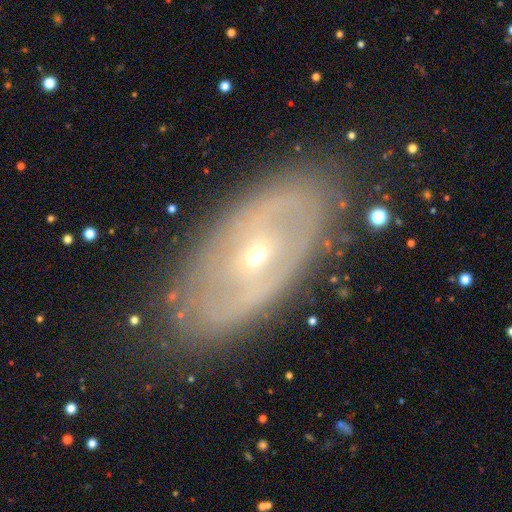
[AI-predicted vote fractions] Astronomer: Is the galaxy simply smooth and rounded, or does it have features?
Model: featured or disk — 69%.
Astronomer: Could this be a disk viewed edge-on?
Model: no — 88%.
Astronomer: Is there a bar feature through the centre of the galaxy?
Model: no — 49% (runner-up: weak, 35%).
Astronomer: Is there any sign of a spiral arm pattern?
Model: yes — 52% (runner-up: no, 48%).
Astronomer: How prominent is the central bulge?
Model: small — 60% (runner-up: moderate, 36%).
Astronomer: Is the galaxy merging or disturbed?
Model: none — 82%.